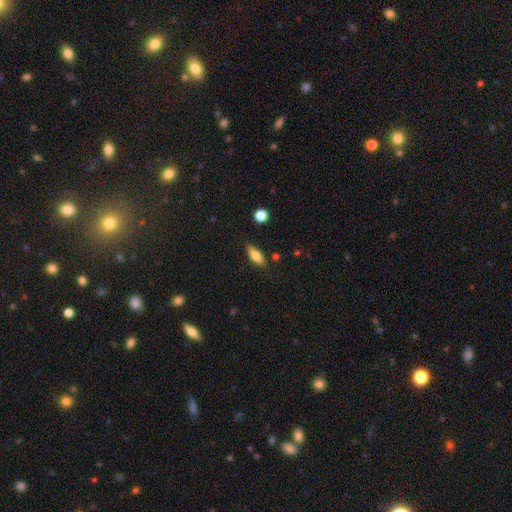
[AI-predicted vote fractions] This is likely a smooth galaxy (79%). How rounded: likely in between (73%). Merging: clearly none (81%).